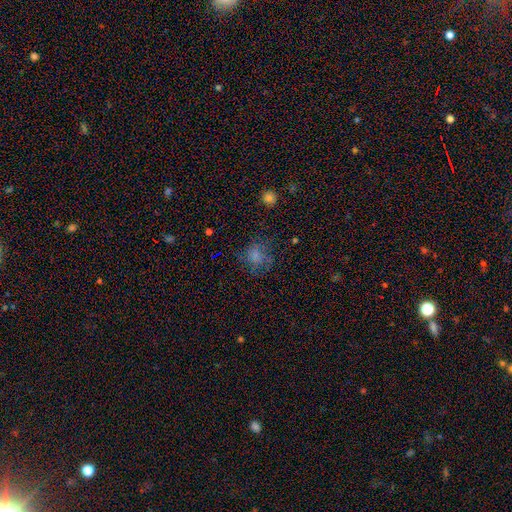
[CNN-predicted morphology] The model was most divided on "merging": none: 62%, minor disturbance: 20%, major disturbance: 16%, merger: 2%. More confident: how rounded — round (74%); smooth or featured — smooth (67%).